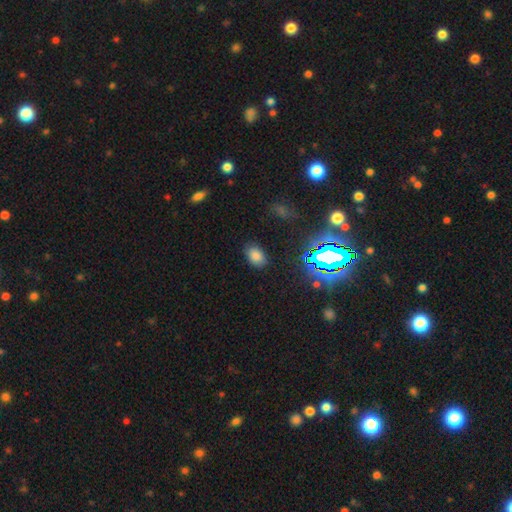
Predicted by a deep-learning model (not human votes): Q: Smooth or featured?
A: smooth (76%); runner-up: star or artifact (18%)
Q: How rounded?
A: in between (84%); runner-up: round (15%)
Q: Merging?
A: none (84%); runner-up: minor disturbance (11%)